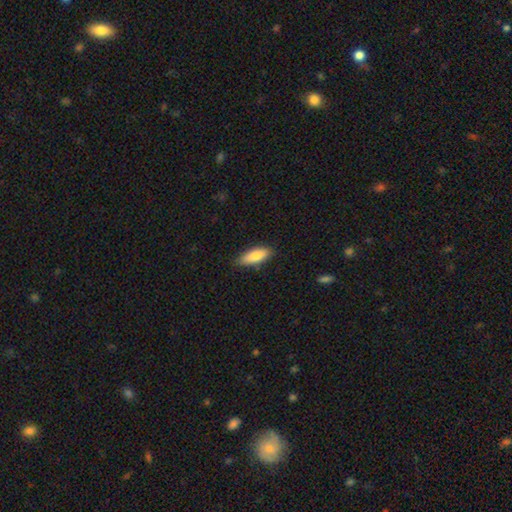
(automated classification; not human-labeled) Smooth or featured?
  - smooth: 80% *
  - featured or disk: 14%
  - star or artifact: 6%
How rounded?
  - in between: 70% *
  - cigar-shaped: 28%
  - round: 2%
Merging?
  - none: 82% *
  - minor disturbance: 15%
  - major disturbance: 2%
  - merger: 1%